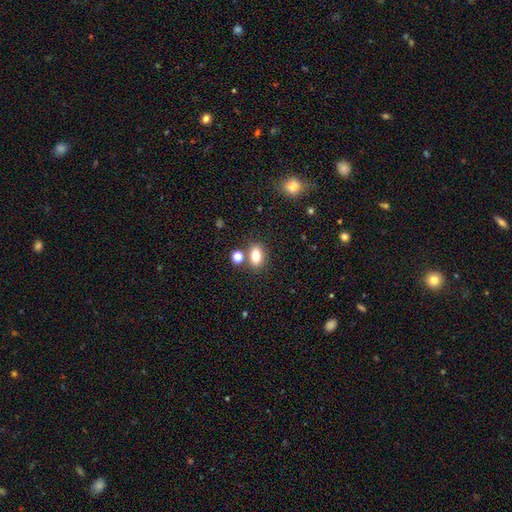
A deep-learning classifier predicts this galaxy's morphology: smooth_or_featured: smooth (p=0.80) [alt: star or artifact p=0.11]
how_rounded: in between (p=0.78) [alt: round p=0.20]
merging: none (p=0.72) [alt: merger p=0.14]